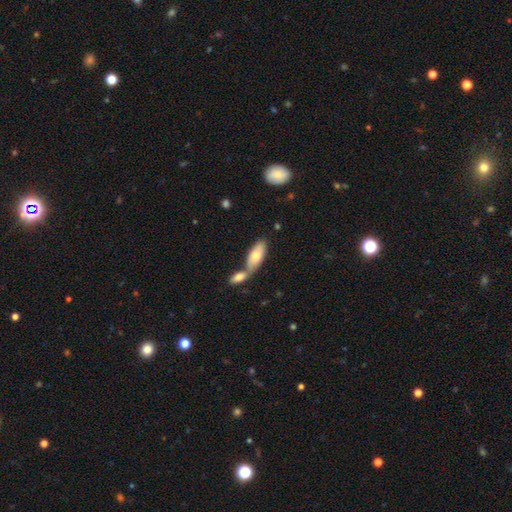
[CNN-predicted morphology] Q: Smooth or featured?
A: smooth (73%); runner-up: featured or disk (21%)
Q: How rounded?
A: in between (82%); runner-up: cigar-shaped (15%)
Q: Merging?
A: merger (48%); runner-up: none (38%)